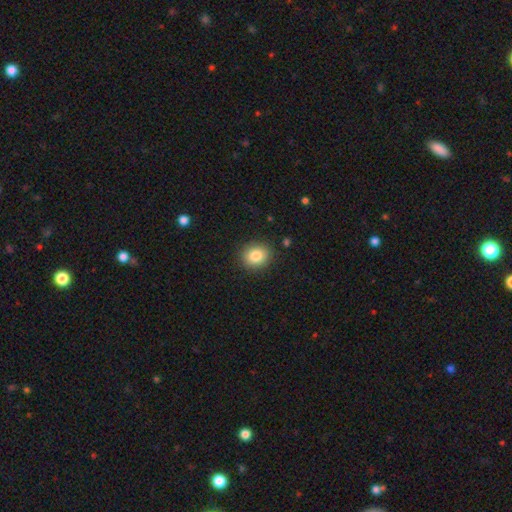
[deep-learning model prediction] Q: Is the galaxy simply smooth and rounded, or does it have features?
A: smooth — 83%.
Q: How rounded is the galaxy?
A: round — 70%.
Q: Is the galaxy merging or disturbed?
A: none — 88%.